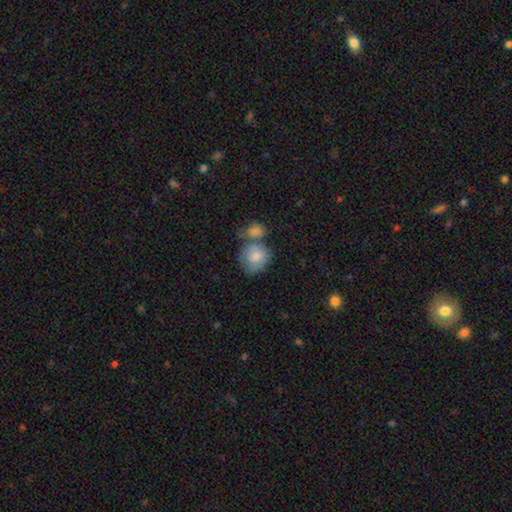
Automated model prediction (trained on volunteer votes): Q: Smooth or featured?
A: smooth (81%); runner-up: featured or disk (13%)
Q: How rounded?
A: round (77%); runner-up: in between (22%)
Q: Merging?
A: merger (43%); runner-up: none (34%)